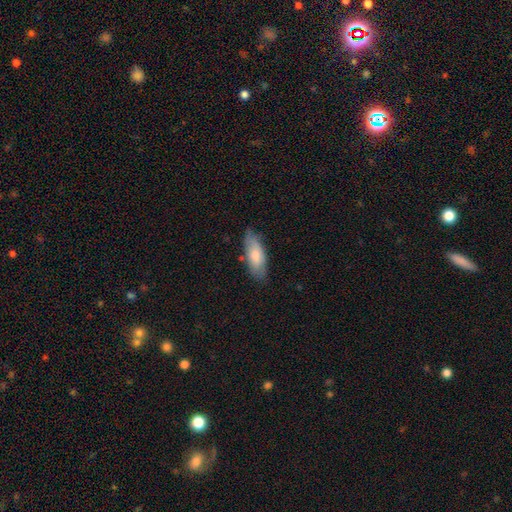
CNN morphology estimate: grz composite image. It shows a smooth galaxy with no disk features (74%) that is in between round and cigar-shaped (74%). Merging: none (76%).